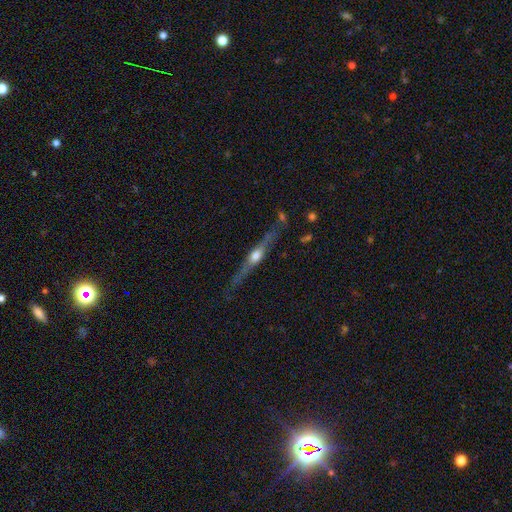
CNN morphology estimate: Q: Smooth or featured?
A: featured or disk (75%); runner-up: smooth (19%)
Q: Edge-on disk?
A: yes (96%); runner-up: no (4%)
Q: Edge-on bulge?
A: rounded (90%); runner-up: boxy (6%)
Q: Merging?
A: none (79%); runner-up: minor disturbance (14%)